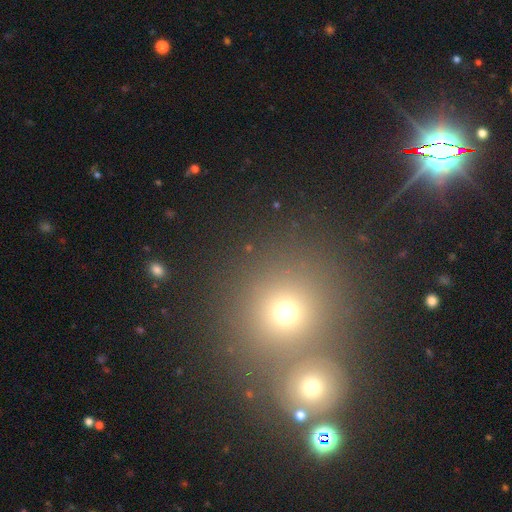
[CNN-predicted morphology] Smooth or featured: smooth — 46% (star or artifact — 45%)
Merging: none — 66% (merger — 24%)